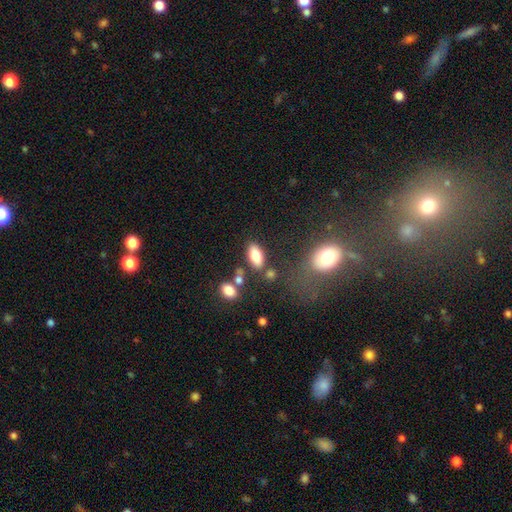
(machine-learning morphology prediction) Smooth or featured?
  - smooth: 80% *
  - featured or disk: 11%
  - star or artifact: 8%
How rounded?
  - in between: 88% *
  - cigar-shaped: 8%
  - round: 5%
Merging?
  - none: 75% *
  - minor disturbance: 12%
  - merger: 8%
  - major disturbance: 4%